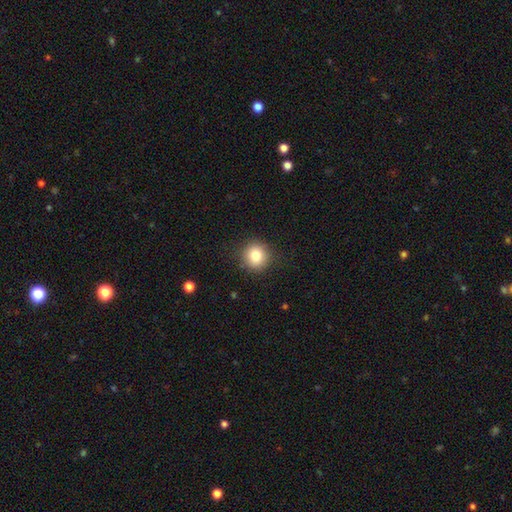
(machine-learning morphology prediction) Smooth or featured? smooth (82%)
How rounded? round (92%)
Merging? none (89%)